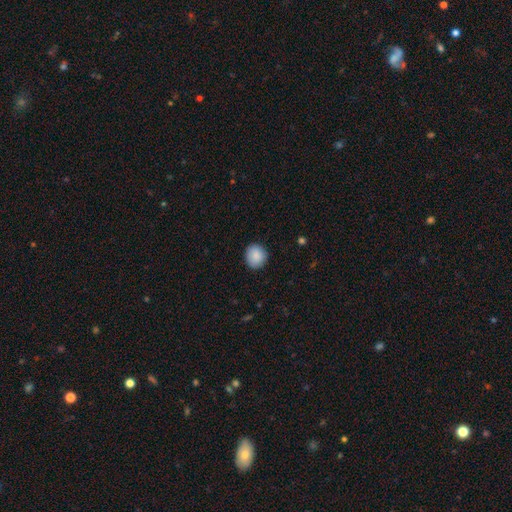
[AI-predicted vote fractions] A smooth galaxy with no disk features (89%) that is round (79%). Merging: none (88%).